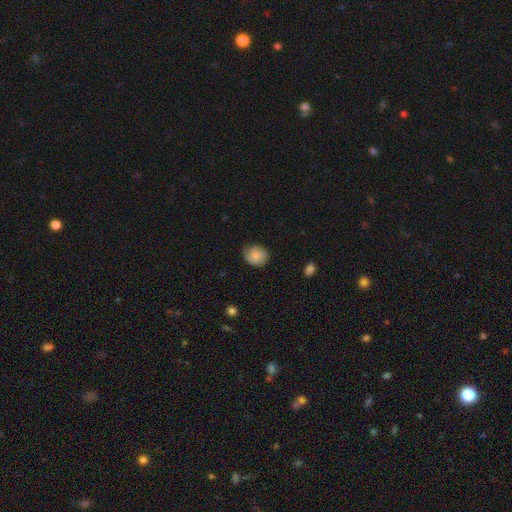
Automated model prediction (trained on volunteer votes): A smooth galaxy with no disk features (56%) that is round (68%).

Vote fractions:
- Smooth or featured? smooth: 56% / featured or disk: 36% / star or artifact: 8%
- How rounded? round: 68% / in between: 31% / cigar-shaped: 1%
- Merging? none: 63% / minor disturbance: 28% / major disturbance: 8% / merger: 1%